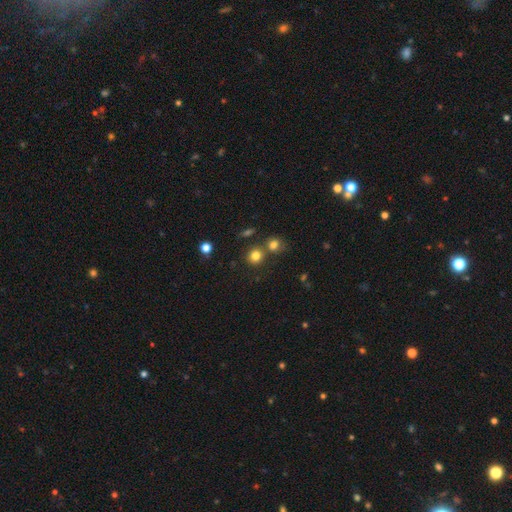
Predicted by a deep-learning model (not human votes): A smooth galaxy with no disk features (80%) that is round (85%). Merging: none (68%).